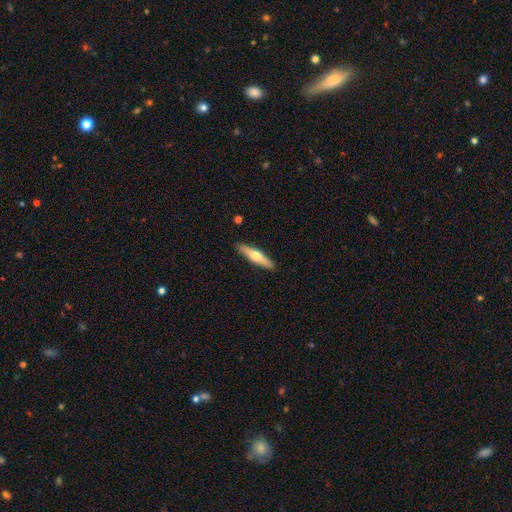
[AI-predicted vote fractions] A smooth galaxy with no disk features (52%) that is cigar-shaped (81%). Merging: none (90%).